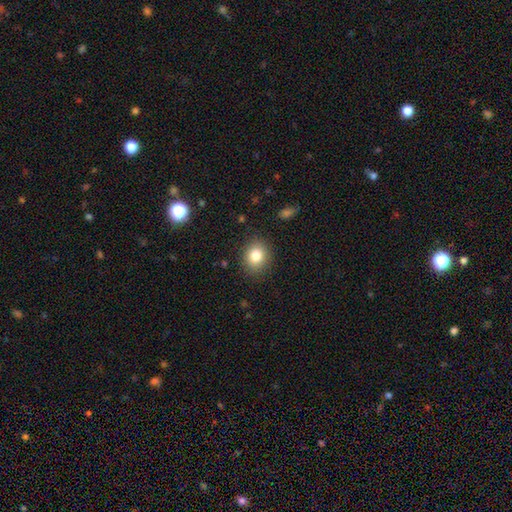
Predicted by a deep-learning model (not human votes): Morphology: type=smooth (82%); roundness=round (64%); merging=none (87%).